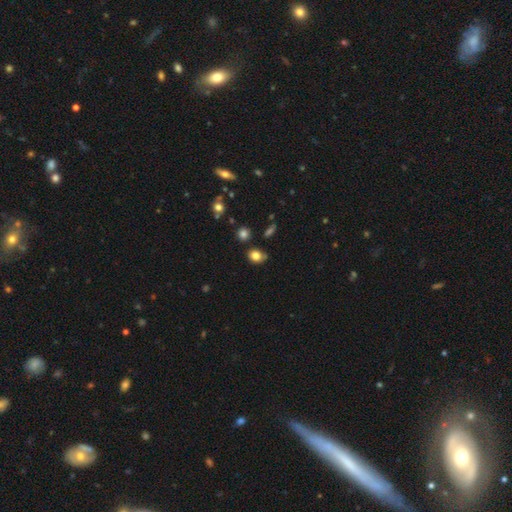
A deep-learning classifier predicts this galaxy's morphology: Smooth or featured: smooth — 82% (star or artifact — 11%)
How rounded: round — 53% (in between — 46%)
Merging: none — 73% (minor disturbance — 19%)